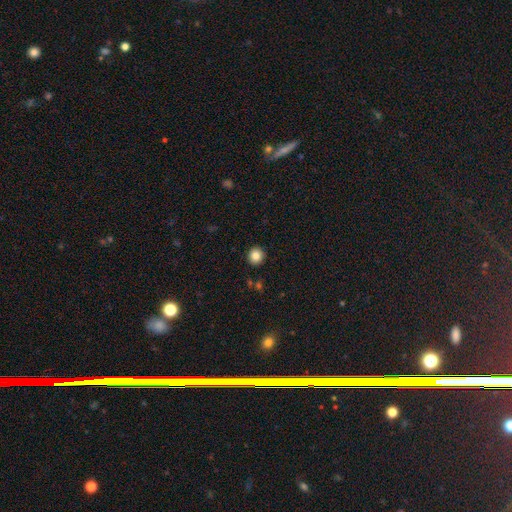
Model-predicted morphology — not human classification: Smooth or featured? Predicted: smooth (p=0.84). How rounded? Predicted: round (p=0.92). Merging? Predicted: none (p=0.92).